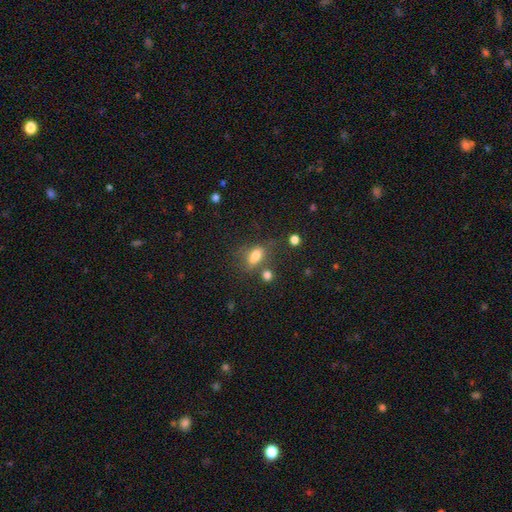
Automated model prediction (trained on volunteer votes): Morphology: type=smooth (75%); roundness=in between (80%); merging=none (54%).